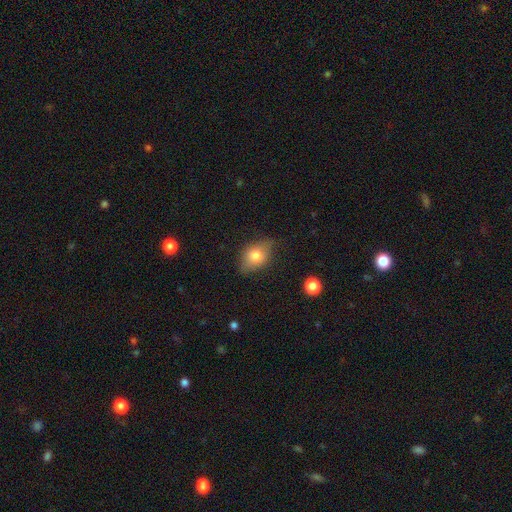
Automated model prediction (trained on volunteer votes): Smooth or featured? Predicted: smooth (p=0.71). How rounded? Predicted: in between (p=0.74). Merging? Predicted: none (p=0.65).